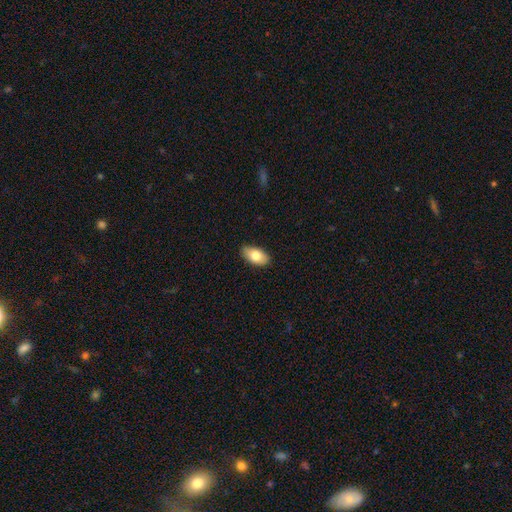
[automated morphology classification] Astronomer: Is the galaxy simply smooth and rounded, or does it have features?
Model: smooth — 80%.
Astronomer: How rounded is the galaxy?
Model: in between — 93%.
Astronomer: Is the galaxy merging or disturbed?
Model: none — 87%.